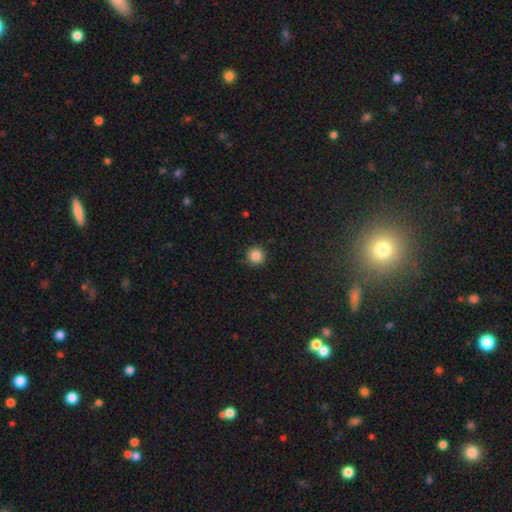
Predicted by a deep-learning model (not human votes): The model was most divided on "smooth or featured": smooth: 86%, star or artifact: 11%, featured or disk: 4%. More confident: how rounded — round (95%); merging — none (89%).